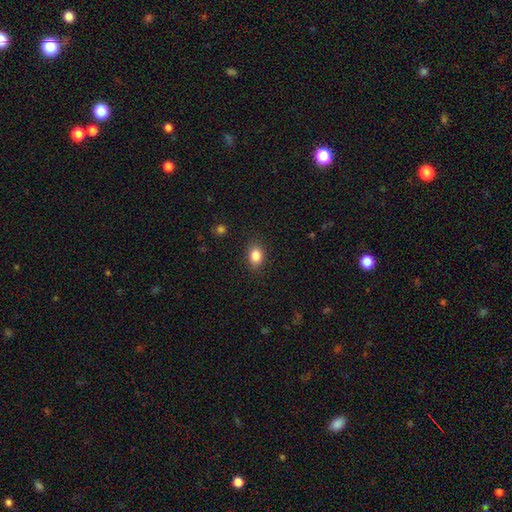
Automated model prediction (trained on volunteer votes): This is clearly a smooth galaxy (85%). How rounded: likely in between (67%). Merging: clearly none (87%).